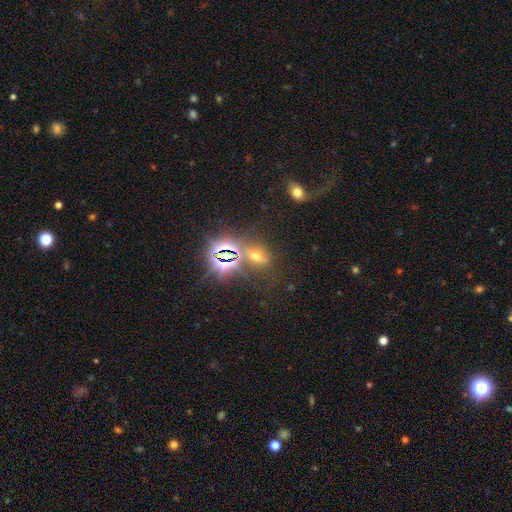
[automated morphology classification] type=star or artifact (51%).